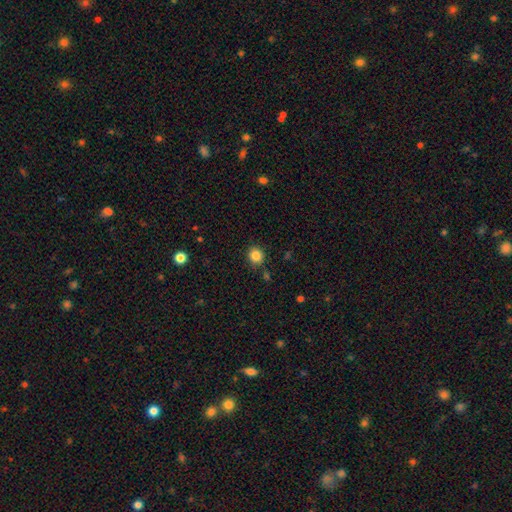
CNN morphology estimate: type=smooth (85%); roundness=round (88%); merging=none (87%).